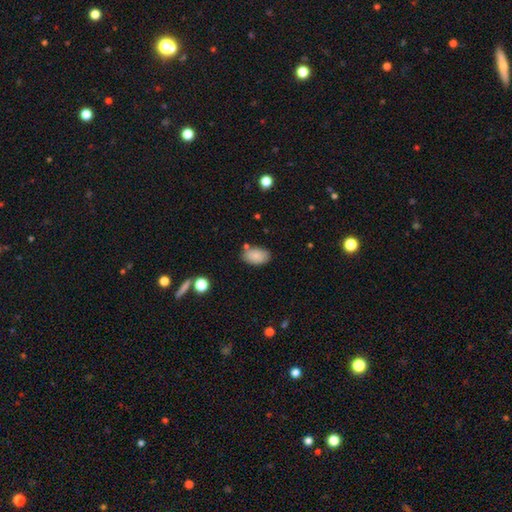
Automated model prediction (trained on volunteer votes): A smooth galaxy with no disk features (84%) that is in between round and cigar-shaped (93%).

Vote fractions:
- Smooth or featured? smooth: 84% / featured or disk: 9% / star or artifact: 8%
- How rounded? in between: 93% / round: 6% / cigar-shaped: 1%
- Merging? none: 75% / minor disturbance: 16% / merger: 6% / major disturbance: 3%